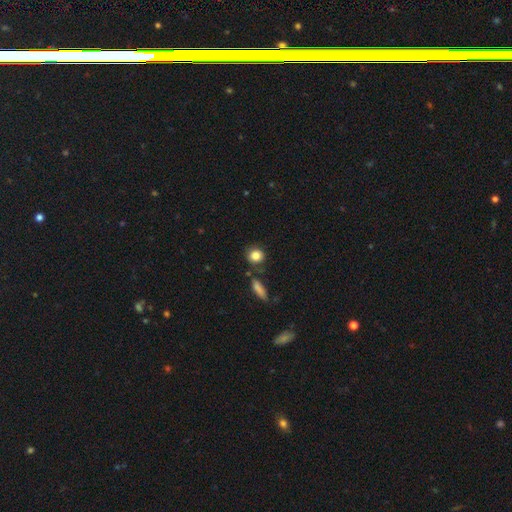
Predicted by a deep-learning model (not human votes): A smooth galaxy with no disk features (84%) that is round (77%). Merging: none (76%).